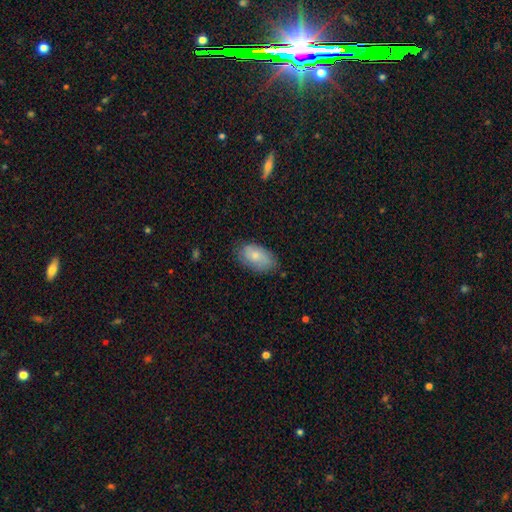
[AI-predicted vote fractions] A smooth galaxy with no disk features (74%) that is in between round and cigar-shaped (92%).

Vote fractions:
- Smooth or featured? smooth: 74% / featured or disk: 19% / star or artifact: 7%
- How rounded? in between: 92% / round: 6% / cigar-shaped: 2%
- Merging? none: 74% / minor disturbance: 21% / major disturbance: 4% / merger: 1%